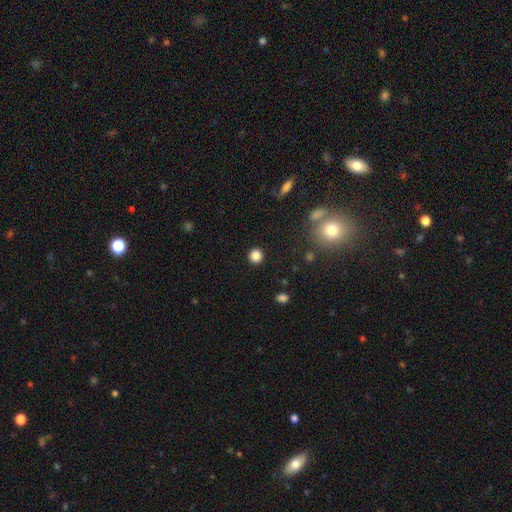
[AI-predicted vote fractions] This is clearly a smooth galaxy (84%). How rounded: clearly round (92%). Merging: clearly none (91%).